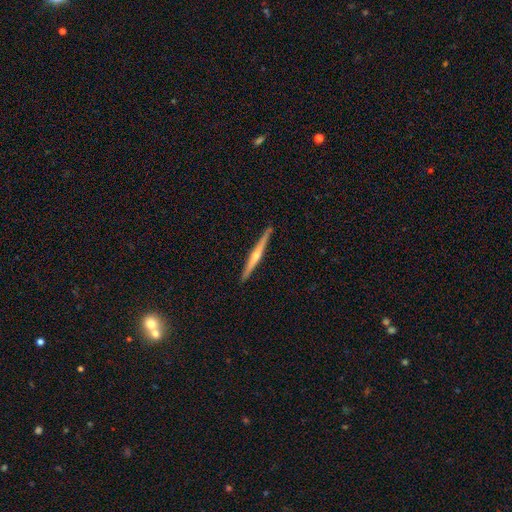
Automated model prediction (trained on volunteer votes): Overall: featured or disk (74%). Edge-on disk: yes (98%). Edge-on bulge: rounded (81%). Merging: none (92%).